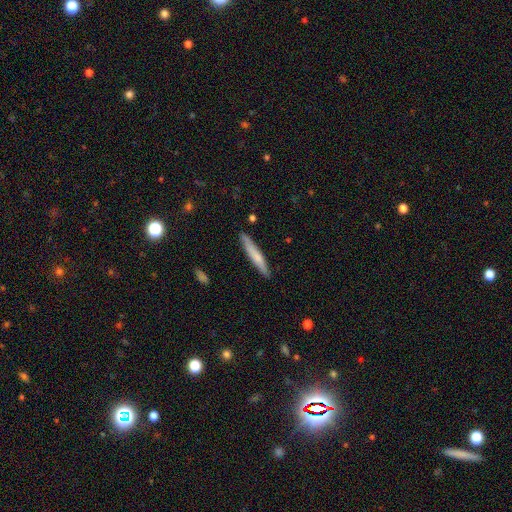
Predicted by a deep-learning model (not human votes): This is likely a smooth galaxy (63%). How rounded: clearly cigar-shaped (94%). Merging: clearly none (87%).